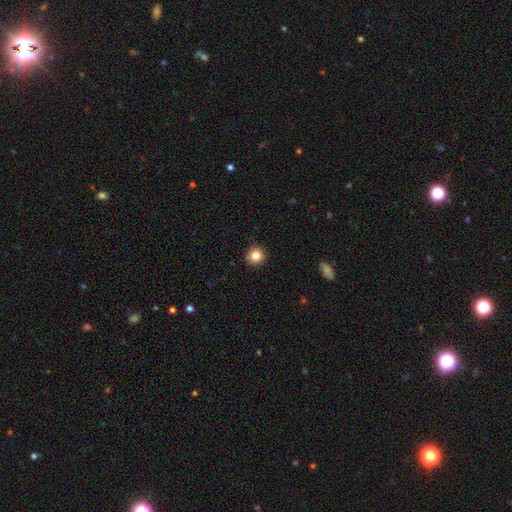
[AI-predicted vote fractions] Overall: smooth (83%). How rounded: round (94%). Merging: none (90%).